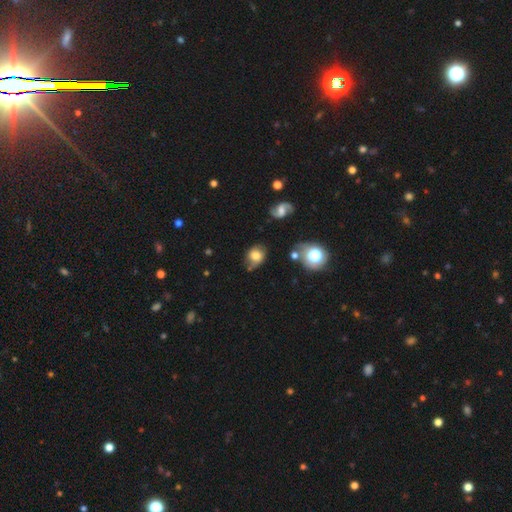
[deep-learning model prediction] Overall: smooth (70%). How rounded: round (55%; in between 43%). Merging: none (57%; minor disturbance 29%).